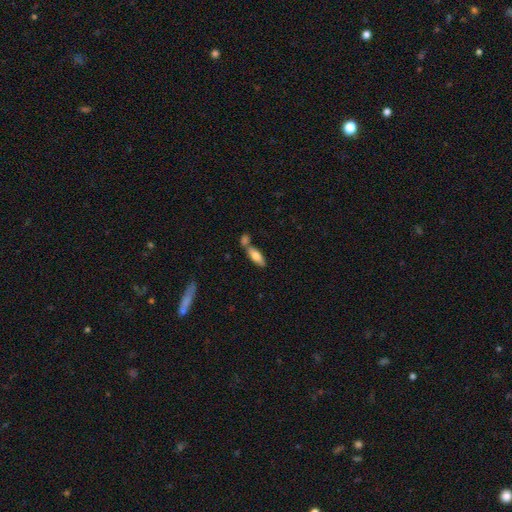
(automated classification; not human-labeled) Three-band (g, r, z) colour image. It shows a smooth galaxy with no disk features (72%) that is in between round and cigar-shaped (67%). Merging: none (55%).